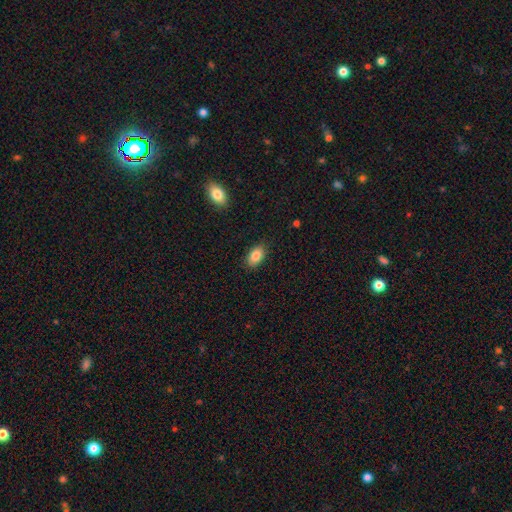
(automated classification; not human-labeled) Smooth or featured? smooth (85%)
How rounded? in between (92%)
Merging? none (86%)